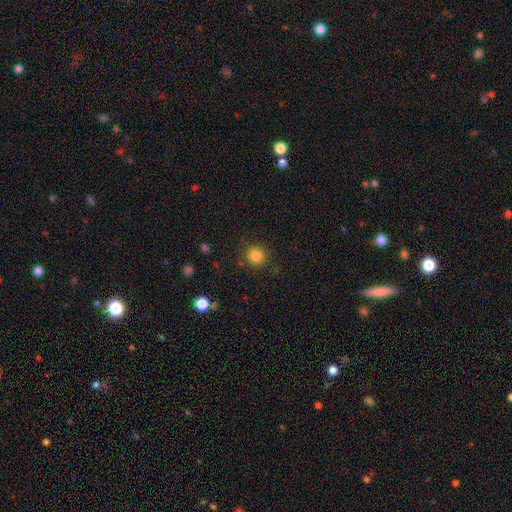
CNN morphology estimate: This appears to be a smooth galaxy with no disk features (83%) that is round (91%). Merging: none (87%).